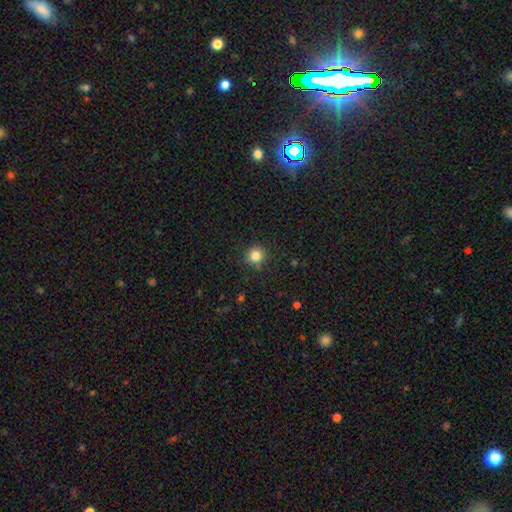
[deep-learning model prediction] smooth_or_featured: smooth (p=0.83) [alt: star or artifact p=0.12]
how_rounded: round (p=0.91) [alt: in between p=0.08]
merging: none (p=0.87) [alt: minor disturbance p=0.08]